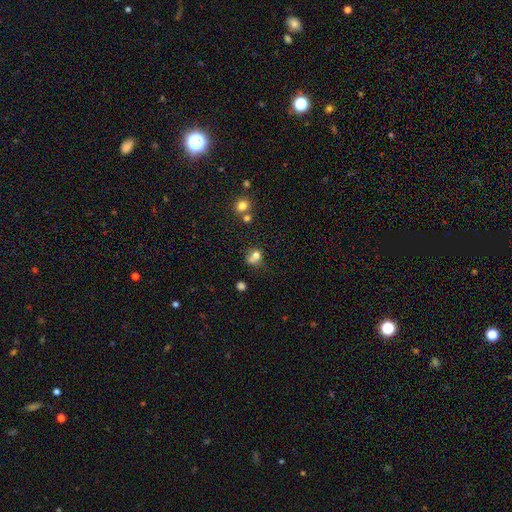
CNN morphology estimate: smooth 72%, star or artifact 15%, featured or disk 13%. Down the decision tree: how rounded — round (70%); merging — none (38%).